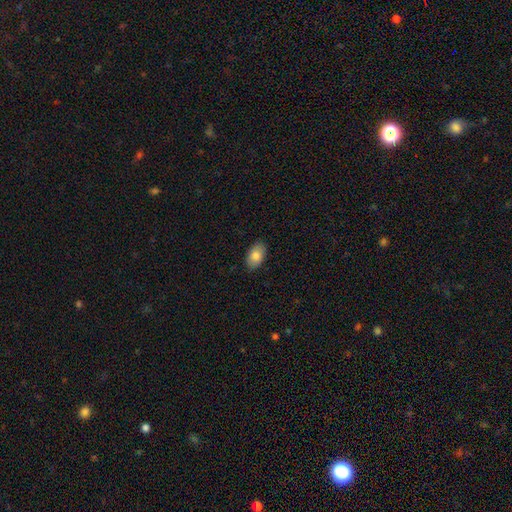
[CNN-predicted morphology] A smooth galaxy with no disk features (84%) that is in between round and cigar-shaped (93%). Merging: none (88%).